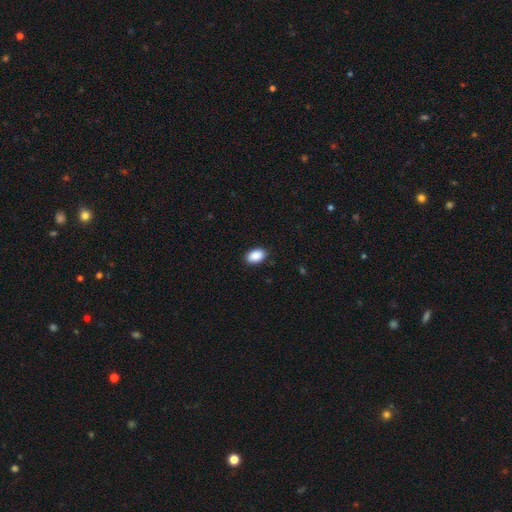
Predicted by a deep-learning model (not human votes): Overall: smooth (90%). How rounded: in between (91%). Merging: none (89%).